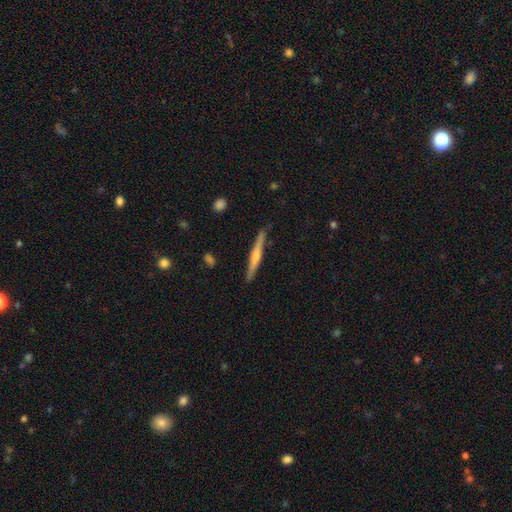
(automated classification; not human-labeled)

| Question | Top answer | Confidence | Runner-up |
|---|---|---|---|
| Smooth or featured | featured or disk | 70% | smooth (25%) |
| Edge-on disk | yes | 98% | no (2%) |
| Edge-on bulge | rounded | 78% | none (15%) |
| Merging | none | 89% | minor disturbance (8%) |